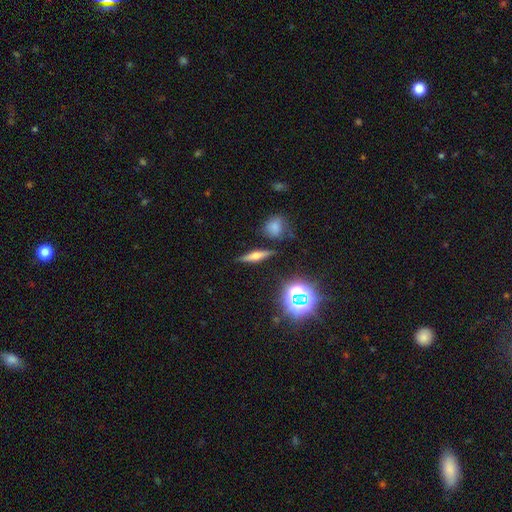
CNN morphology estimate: This is possibly a featured or disk galaxy (46%). Merging: clearly none (84%).